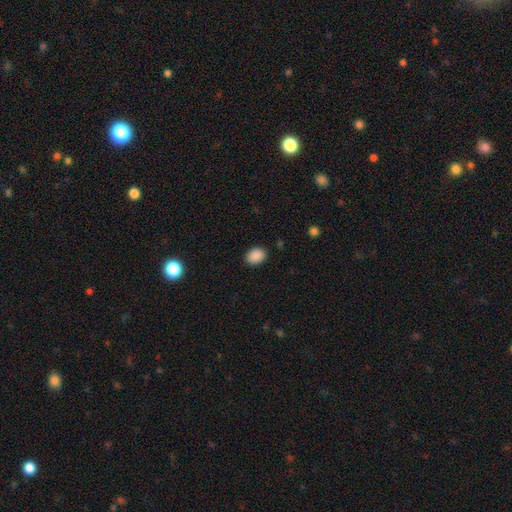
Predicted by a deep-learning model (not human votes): A smooth galaxy with no disk features (89%) that is in between round and cigar-shaped (66%).

Vote fractions:
- Smooth or featured? smooth: 89% / star or artifact: 9% / featured or disk: 3%
- How rounded? in between: 66% / round: 33% / cigar-shaped: 1%
- Merging? none: 87% / minor disturbance: 9% / major disturbance: 2% / merger: 1%